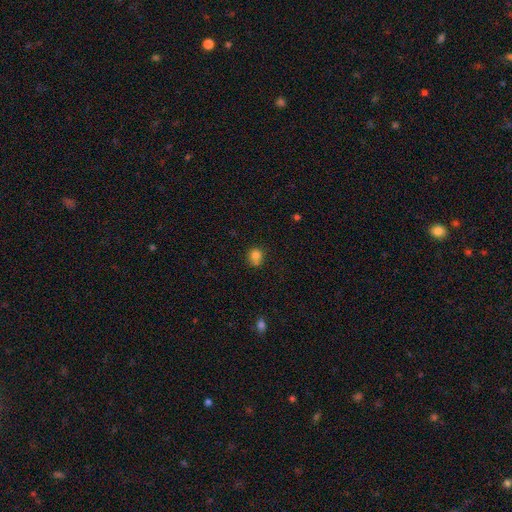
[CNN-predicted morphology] Smooth or featured? Predicted: smooth (p=0.79). How rounded? Predicted: round (p=0.78). Merging? Predicted: none (p=0.55).